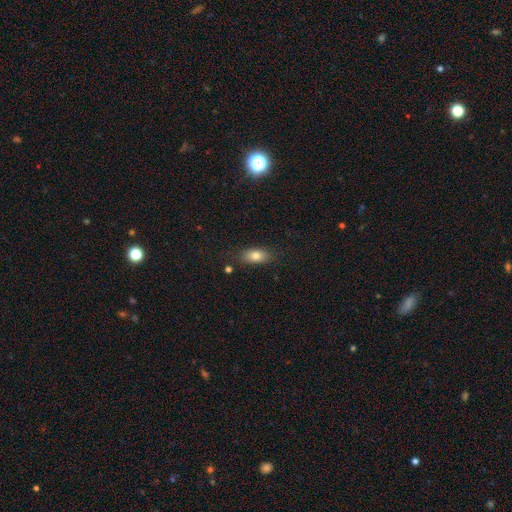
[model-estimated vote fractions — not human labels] This is likely a smooth galaxy (79%). How rounded: clearly in between (84%). Merging: likely none (78%).